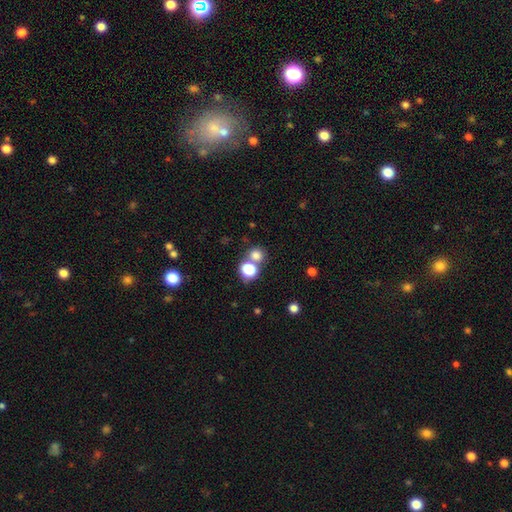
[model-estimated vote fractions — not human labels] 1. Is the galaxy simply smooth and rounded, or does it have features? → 77% smooth, 16% star or artifact, 7% featured or disk.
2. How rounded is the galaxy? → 83% round, 16% in between, 1% cigar-shaped.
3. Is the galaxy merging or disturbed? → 55% none, 35% merger, 7% minor disturbance, 3% major disturbance.